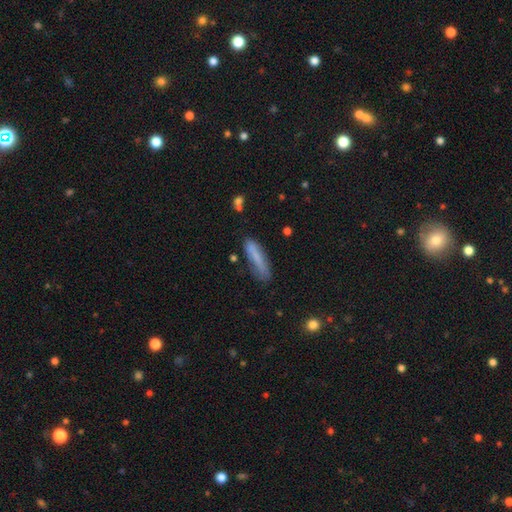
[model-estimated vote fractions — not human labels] Overall: smooth (71%). How rounded: cigar-shaped (77%). Merging: none (70%).